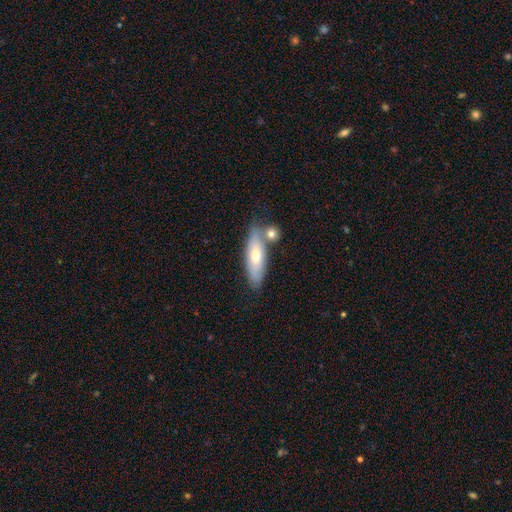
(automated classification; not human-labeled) smooth-or-featured: smooth: 58% | featured or disk: 36% | star or artifact: 6%
  how-rounded: in between: 50% | cigar-shaped: 47% | round: 3%
  merging: none: 64% | merger: 18% | minor disturbance: 14% | major disturbance: 4%